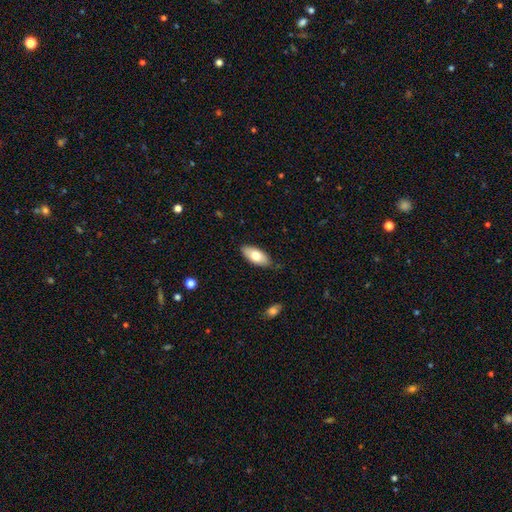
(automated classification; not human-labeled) smooth-or-featured: smooth: 76% | featured or disk: 18% | star or artifact: 6%
  how-rounded: in between: 89% | cigar-shaped: 8% | round: 2%
  merging: none: 83% | minor disturbance: 14% | major disturbance: 2% | merger: 1%